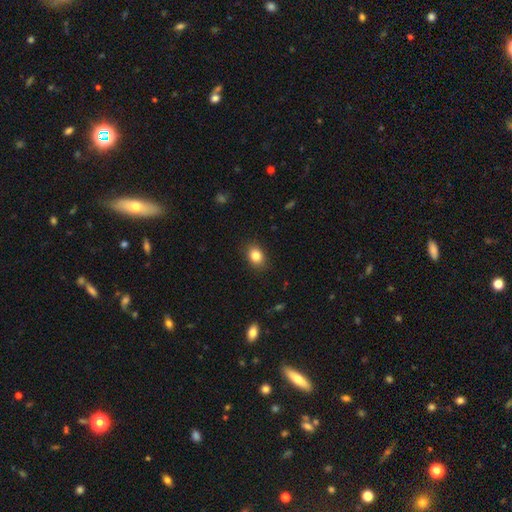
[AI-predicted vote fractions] A smooth galaxy with no disk features (84%) that is in between round and cigar-shaped (64%).

Vote fractions:
- Smooth or featured? smooth: 84% / star or artifact: 10% / featured or disk: 7%
- How rounded? in between: 64% / round: 35% / cigar-shaped: 1%
- Merging? none: 87% / minor disturbance: 10% / major disturbance: 2% / merger: 1%